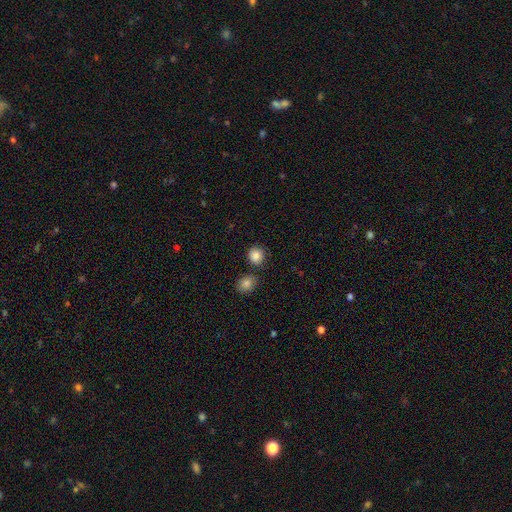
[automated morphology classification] Overall: smooth (86%). How rounded: round (84%). Merging: none (77%).